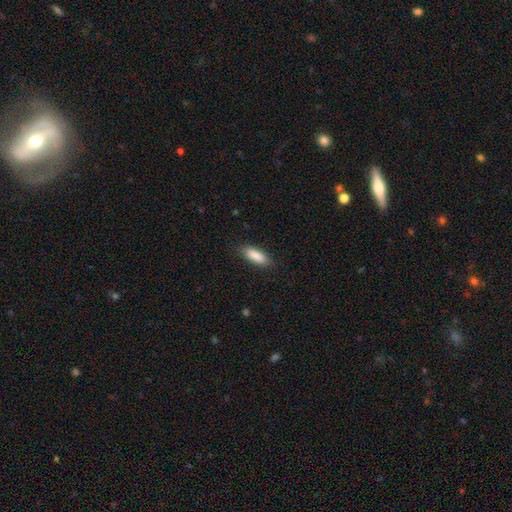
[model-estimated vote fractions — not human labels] smooth 88%, star or artifact 6%, featured or disk 6%. Down the decision tree: how rounded — in between (66%); merging — none (85%).